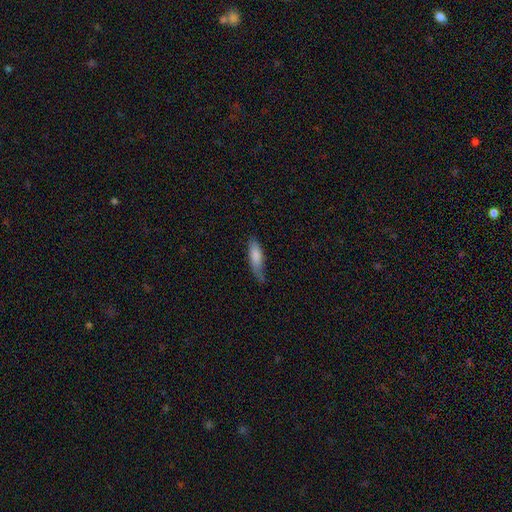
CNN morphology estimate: smooth_or_featured: smooth (p=0.77) [alt: featured or disk p=0.18]
how_rounded: in between (p=0.51) [alt: cigar-shaped p=0.47]
merging: none (p=0.51) [alt: minor disturbance p=0.35]